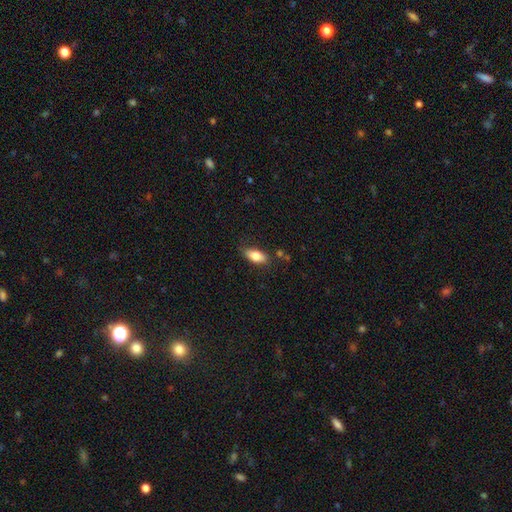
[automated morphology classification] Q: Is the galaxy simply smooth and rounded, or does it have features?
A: smooth — 80%.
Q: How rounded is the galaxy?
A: in between — 86%.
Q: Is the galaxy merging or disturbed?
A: none — 75%.